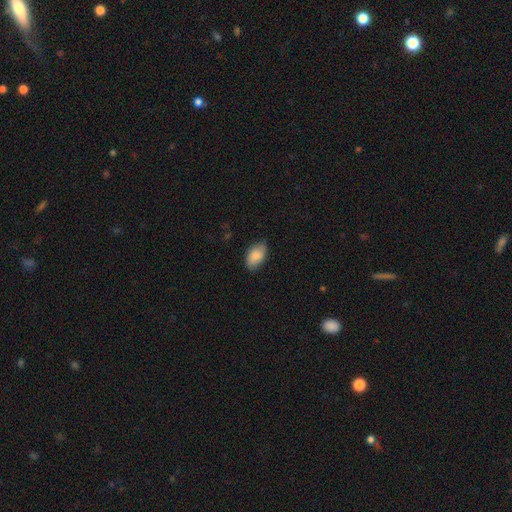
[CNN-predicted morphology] smooth_or_featured: smooth (p=0.86) [alt: featured or disk p=0.08]
how_rounded: in between (p=0.93) [alt: round p=0.05]
merging: none (p=0.79) [alt: minor disturbance p=0.17]